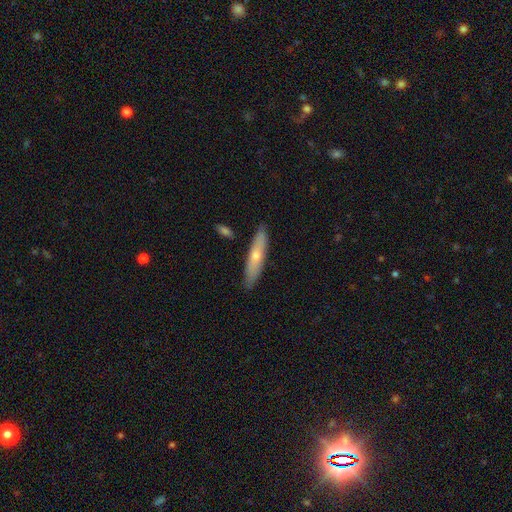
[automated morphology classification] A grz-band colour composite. It shows a smooth galaxy with no disk features (54%) that is cigar-shaped (82%). Merging: none (87%).